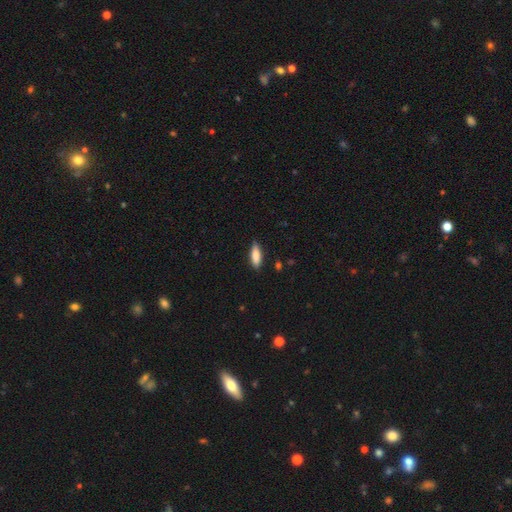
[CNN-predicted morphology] smooth_or_featured: smooth (p=0.84) [alt: featured or disk p=0.10]
how_rounded: in between (p=0.56) [alt: cigar-shaped p=0.42]
merging: none (p=0.85) [alt: minor disturbance p=0.12]